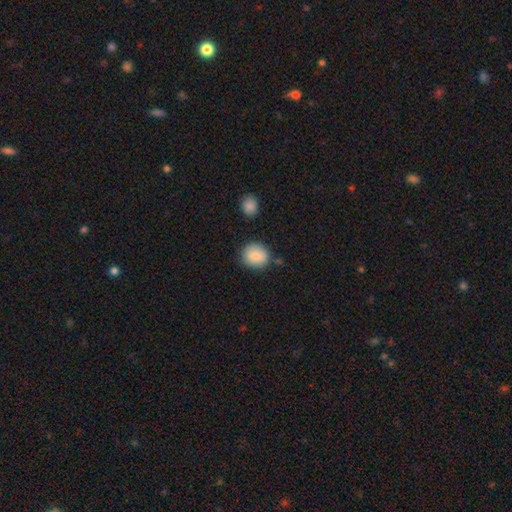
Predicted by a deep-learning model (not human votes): Smooth or featured?
  - smooth: 85% *
  - star or artifact: 8%
  - featured or disk: 7%
How rounded?
  - round: 71% *
  - in between: 28%
  - cigar-shaped: 1%
Merging?
  - none: 78% *
  - minor disturbance: 14%
  - merger: 4%
  - major disturbance: 4%